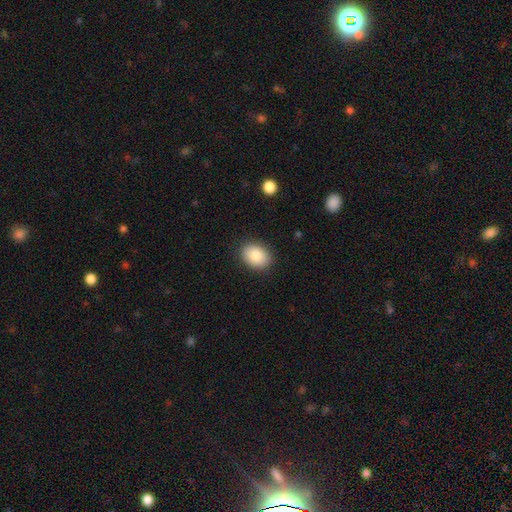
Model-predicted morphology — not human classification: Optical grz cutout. It shows a smooth galaxy with no disk features (85%) that is in between round and cigar-shaped (64%). Merging: none (88%).